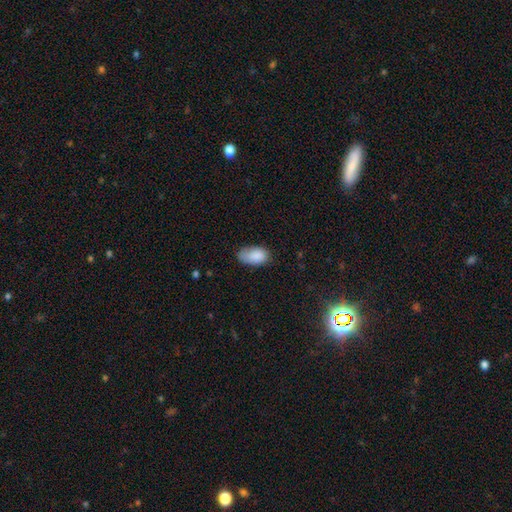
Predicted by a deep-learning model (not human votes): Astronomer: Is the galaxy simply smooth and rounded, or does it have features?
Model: smooth — 87%.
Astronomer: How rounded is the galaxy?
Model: in between — 93%.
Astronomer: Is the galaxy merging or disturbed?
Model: none — 64%.